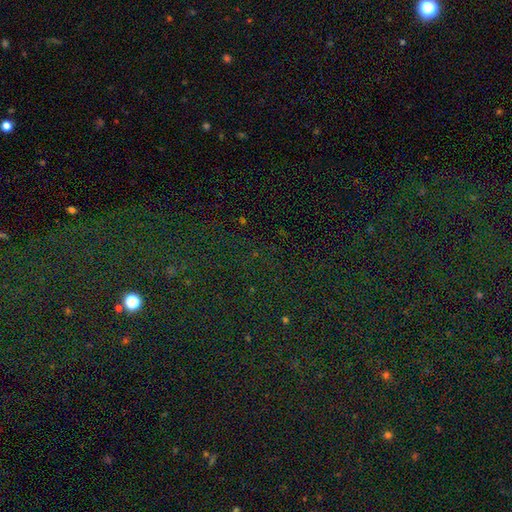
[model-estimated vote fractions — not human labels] Smooth or featured? Predicted: star or artifact (p=0.82).